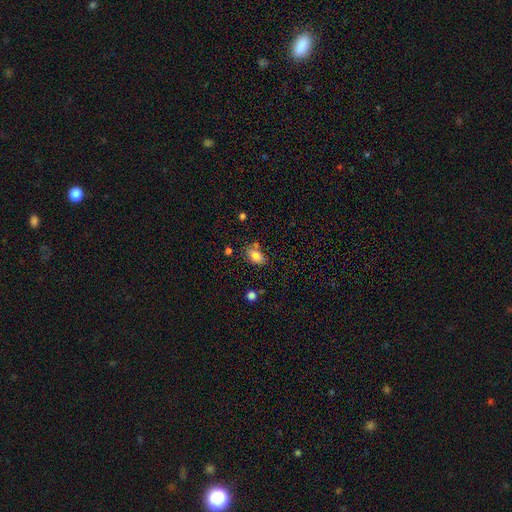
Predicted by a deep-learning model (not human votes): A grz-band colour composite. It shows a smooth galaxy with no disk features (80%) that is in between round and cigar-shaped (86%). Merging: none (68%).